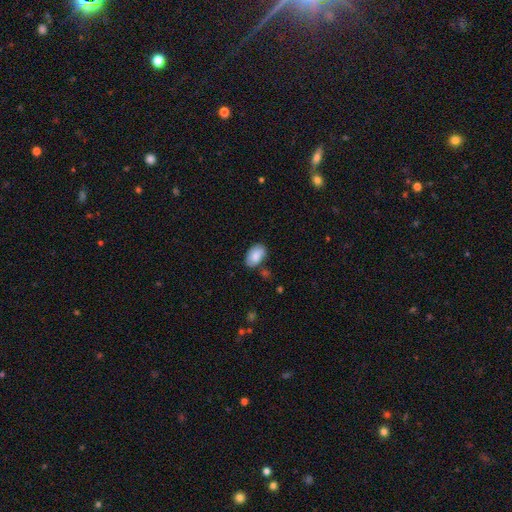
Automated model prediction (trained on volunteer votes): This is clearly a smooth galaxy (82%). How rounded: clearly in between (92%). Merging: likely none (71%).